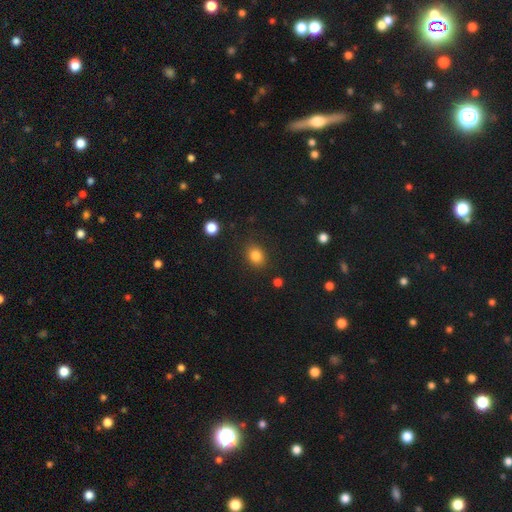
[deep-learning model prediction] This appears to be a smooth galaxy with no disk features (83%) that is round (52%). Merging: none (86%).